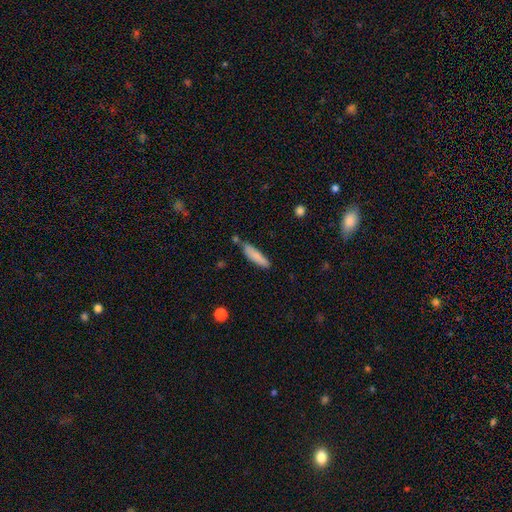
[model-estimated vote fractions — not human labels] This is clearly a smooth galaxy (83%). How rounded: clearly cigar-shaped (81%). Merging: likely none (70%).